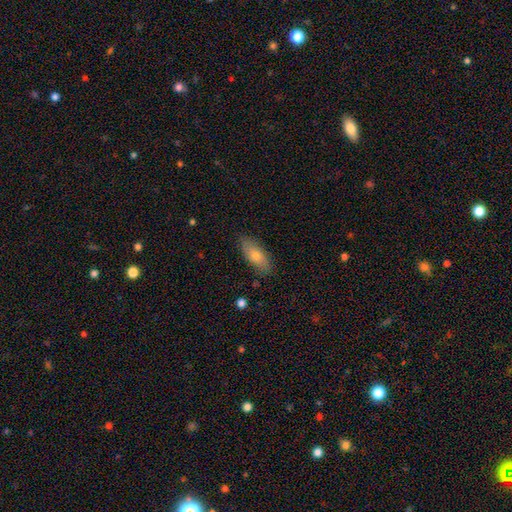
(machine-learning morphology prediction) smooth 67%, featured or disk 26%, star or artifact 8%. Down the decision tree: how rounded — in between (75%); merging — none (84%).